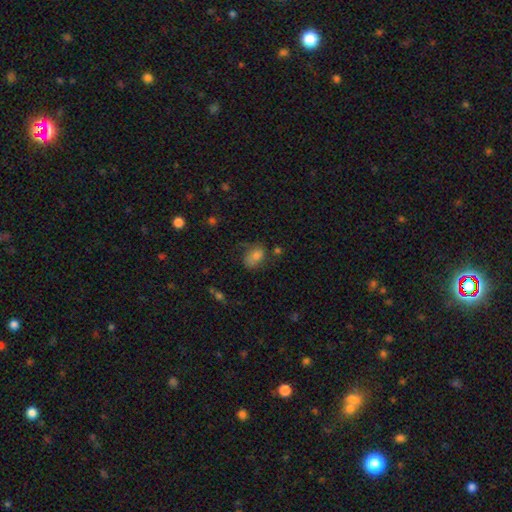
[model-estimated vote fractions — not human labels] Overall: smooth (64%). How rounded: in between (76%). Merging: none (50%; minor disturbance 27%).